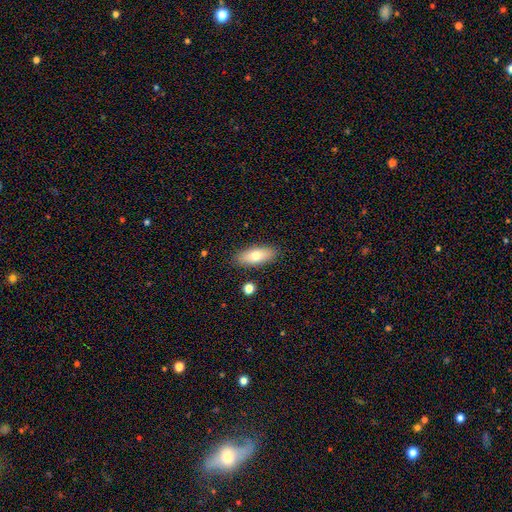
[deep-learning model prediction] A smooth galaxy with no disk features (74%) that is in between round and cigar-shaped (77%).

Vote fractions:
- Smooth or featured? smooth: 74% / featured or disk: 19% / star or artifact: 7%
- How rounded? in between: 77% / cigar-shaped: 20% / round: 3%
- Merging? none: 87% / minor disturbance: 9% / major disturbance: 2% / merger: 2%